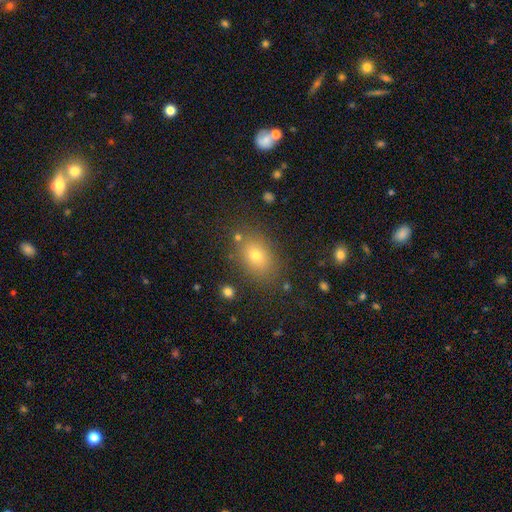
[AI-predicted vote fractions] smooth 72%, star or artifact 16%, featured or disk 12%. Down the decision tree: how rounded — in between (70%); merging — none (81%).